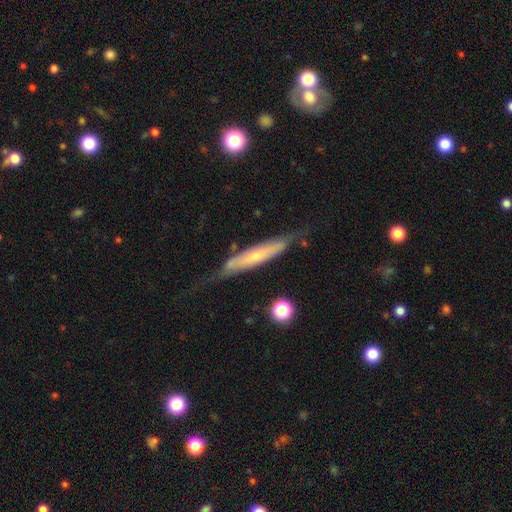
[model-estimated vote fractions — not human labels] Q: Smooth or featured?
A: featured or disk (62%); runner-up: smooth (31%)
Q: Edge-on disk?
A: yes (74%); runner-up: no (26%)
Q: Merging?
A: none (67%); runner-up: minor disturbance (22%)